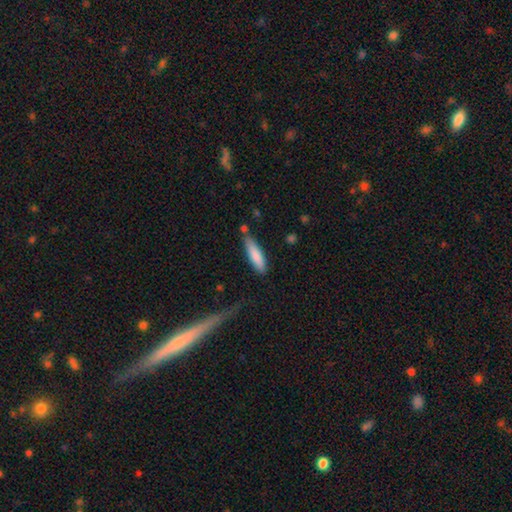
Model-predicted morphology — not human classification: smooth-or-featured: smooth: 82% | featured or disk: 12% | star or artifact: 6%
  how-rounded: cigar-shaped: 69% | in between: 30% | round: 1%
  merging: none: 73% | minor disturbance: 17% | merger: 5% | major disturbance: 4%